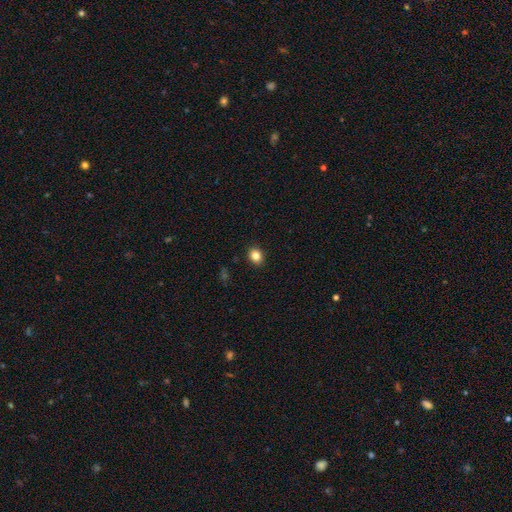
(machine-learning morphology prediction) Q: Smooth or featured?
A: smooth (84%); runner-up: star or artifact (10%)
Q: How rounded?
A: in between (52%); runner-up: round (47%)
Q: Merging?
A: none (90%); runner-up: minor disturbance (7%)